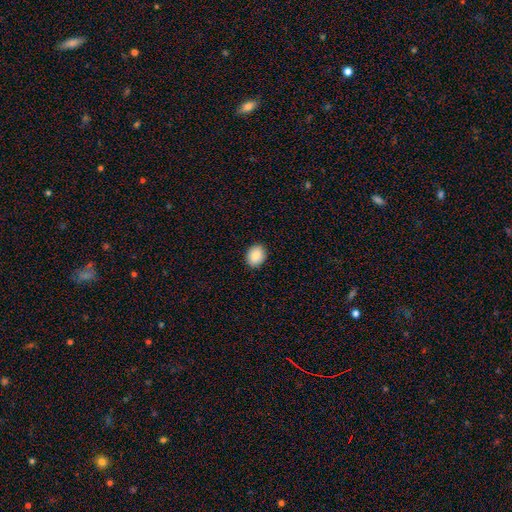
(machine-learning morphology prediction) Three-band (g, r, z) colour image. It shows a smooth galaxy with no disk features (88%) that is in between round and cigar-shaped (56%). Merging: none (90%).